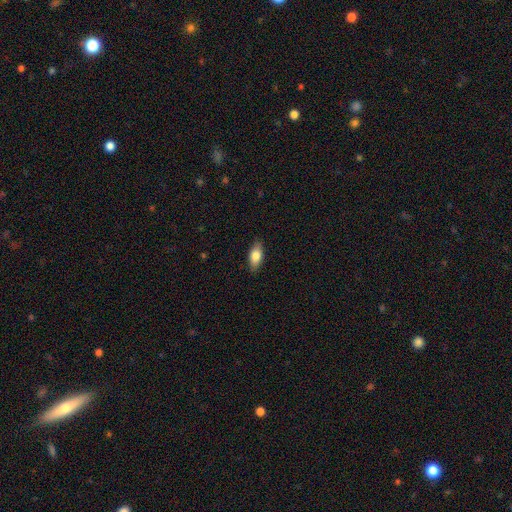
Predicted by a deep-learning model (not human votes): Smooth or featured? Predicted: smooth (p=0.79). How rounded? Predicted: in between (p=0.87). Merging? Predicted: none (p=0.87).